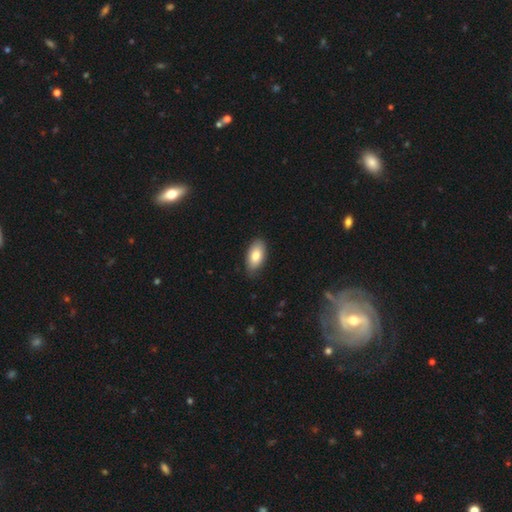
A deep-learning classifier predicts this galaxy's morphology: smooth 82%, featured or disk 12%, star or artifact 6%. Down the decision tree: how rounded — in between (93%); merging — none (82%).